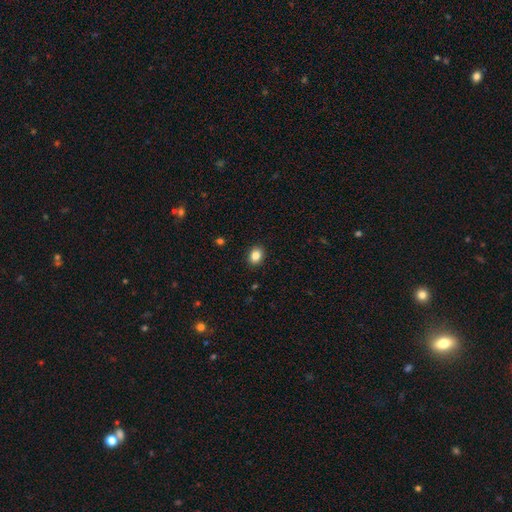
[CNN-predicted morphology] type=smooth (86%); roundness=in between (56%); merging=none (90%).